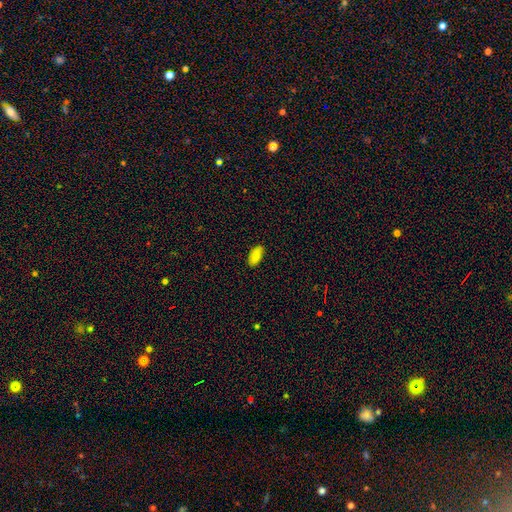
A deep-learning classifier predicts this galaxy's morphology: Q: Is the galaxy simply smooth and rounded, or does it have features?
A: smooth — 87%.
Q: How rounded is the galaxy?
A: in between — 93%.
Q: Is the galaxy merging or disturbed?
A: none — 86%.